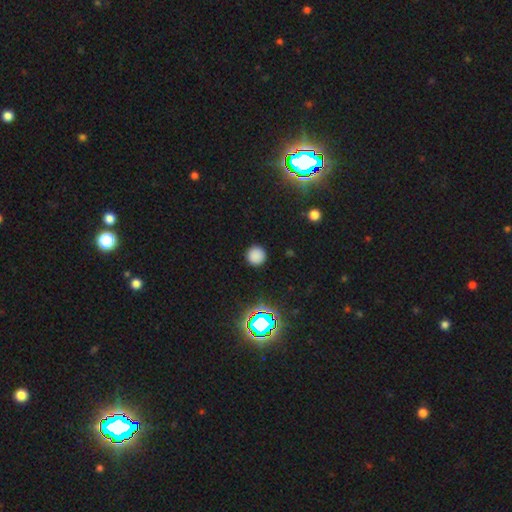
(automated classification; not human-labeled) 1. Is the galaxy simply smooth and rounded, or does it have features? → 80% smooth, 17% star or artifact, 4% featured or disk.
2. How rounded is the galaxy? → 96% round, 3% in between, 1% cigar-shaped.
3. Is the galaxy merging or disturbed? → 91% none, 5% minor disturbance, 2% major disturbance, 1% merger.